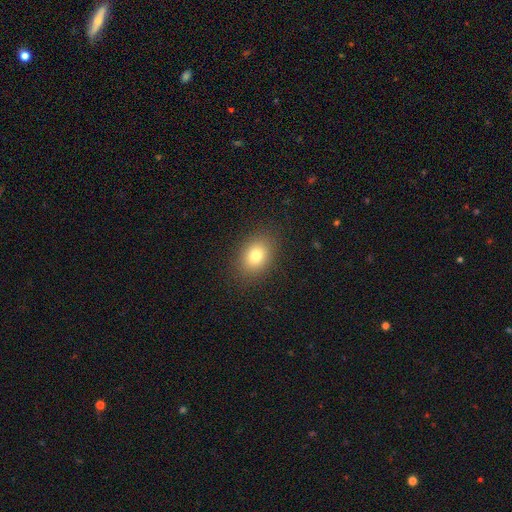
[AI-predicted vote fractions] Smooth or featured? Predicted: smooth (p=0.77). How rounded? Predicted: in between (p=0.65). Merging? Predicted: none (p=0.87).